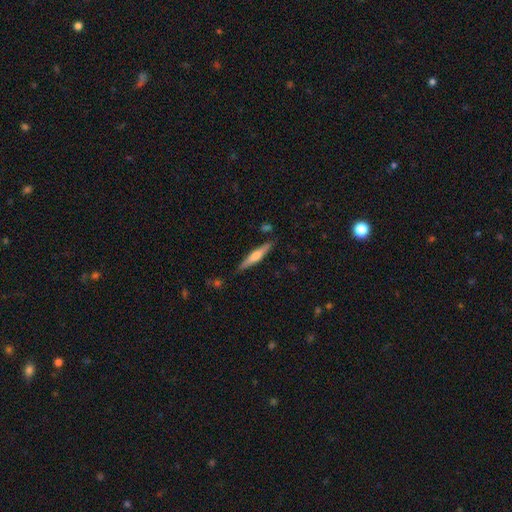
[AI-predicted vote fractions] Morphology: type=featured or disk (48%); merging=none (85%).